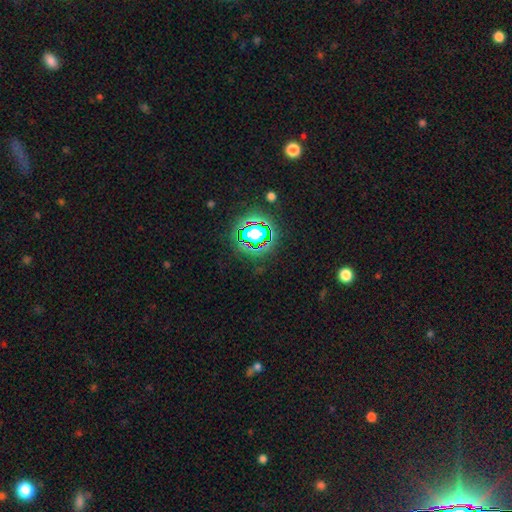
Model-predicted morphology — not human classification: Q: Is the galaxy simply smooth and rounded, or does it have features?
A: star or artifact — 78%.